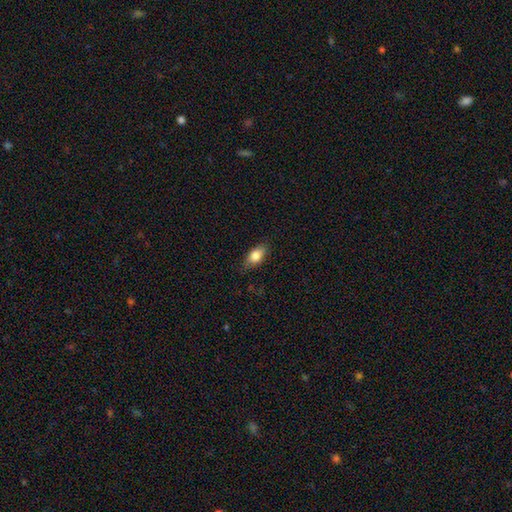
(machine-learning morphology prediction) Smooth or featured: smooth — 81% (featured or disk — 12%)
How rounded: in between — 86% (cigar-shaped — 7%)
Merging: none — 79% (minor disturbance — 16%)